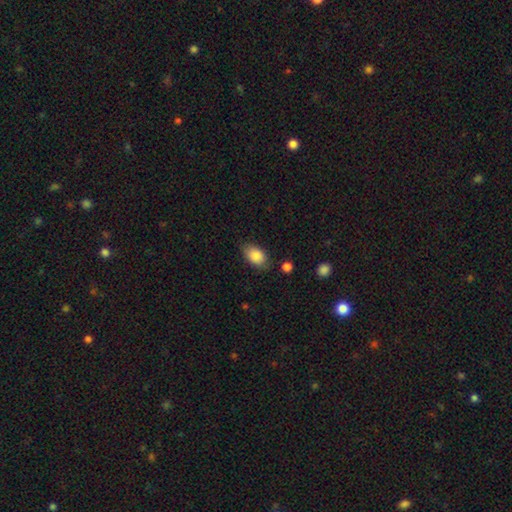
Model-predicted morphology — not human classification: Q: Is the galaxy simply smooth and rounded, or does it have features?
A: smooth — 87%.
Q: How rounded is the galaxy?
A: in between — 88%.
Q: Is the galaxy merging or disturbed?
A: none — 76%.